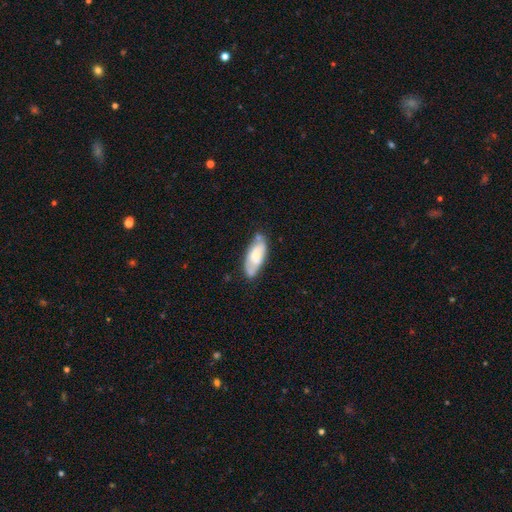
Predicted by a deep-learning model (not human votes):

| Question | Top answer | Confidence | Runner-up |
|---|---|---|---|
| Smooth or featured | smooth | 55% | featured or disk (39%) |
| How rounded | in between | 79% | cigar-shaped (19%) |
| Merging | none | 65% | minor disturbance (23%) |